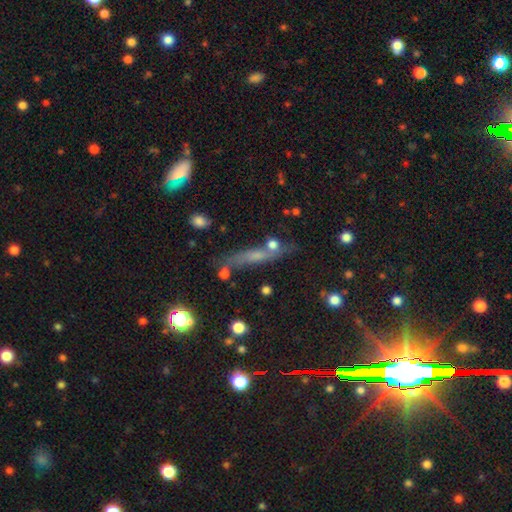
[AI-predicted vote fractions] The model was most divided on "smooth or featured": smooth: 46%, featured or disk: 34%, star or artifact: 20%. More confident: merging — none (57%).